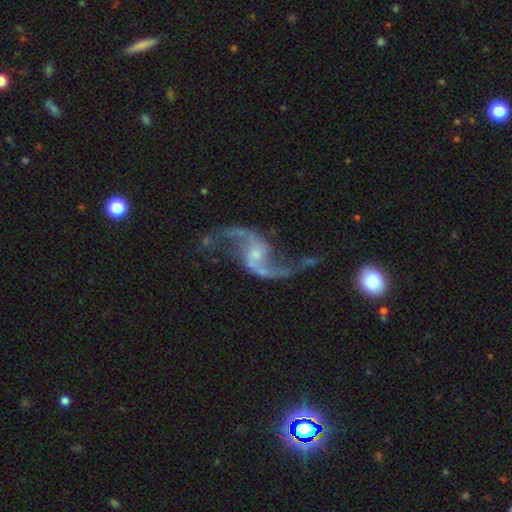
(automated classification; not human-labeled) Smooth or featured? featured or disk (92%)
Edge-on disk? no (98%)
Bar? no (47%)
Spiral arms? yes (97%)
Spiral winding? loose (86%)
Spiral arm count? 2 (94%)
Bulge size? small (61%)
Merging? none (68%)